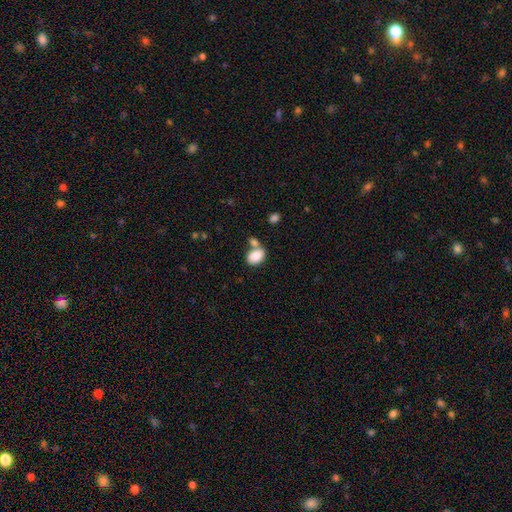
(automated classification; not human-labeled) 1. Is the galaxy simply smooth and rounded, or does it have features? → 86% smooth, 7% star or artifact, 7% featured or disk.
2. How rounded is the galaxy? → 79% in between, 20% round, 1% cigar-shaped.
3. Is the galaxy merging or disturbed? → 47% none, 35% merger, 13% minor disturbance, 5% major disturbance.